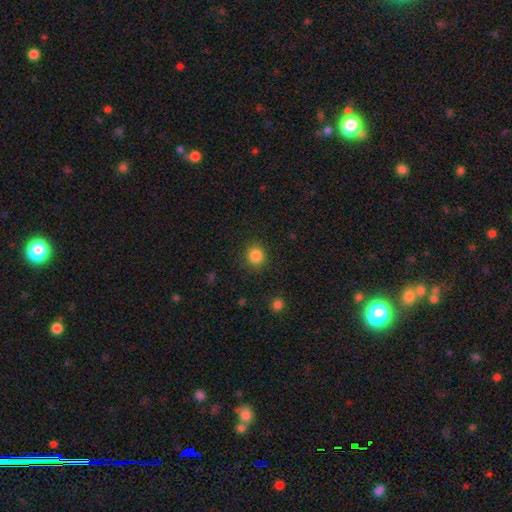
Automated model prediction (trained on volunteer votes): This appears to be a smooth galaxy with no disk features (85%) that is round (90%). Merging: none (90%).